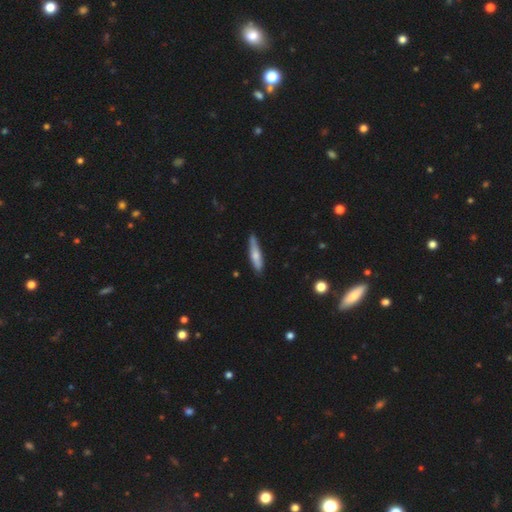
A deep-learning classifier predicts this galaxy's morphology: Overall: smooth (65%; featured or disk 30%). How rounded: cigar-shaped (84%). Merging: none (80%).